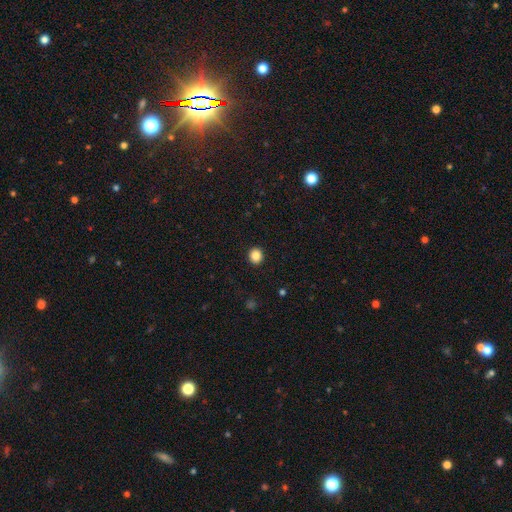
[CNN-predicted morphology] Smooth or featured? smooth (86%)
How rounded? round (86%)
Merging? none (93%)